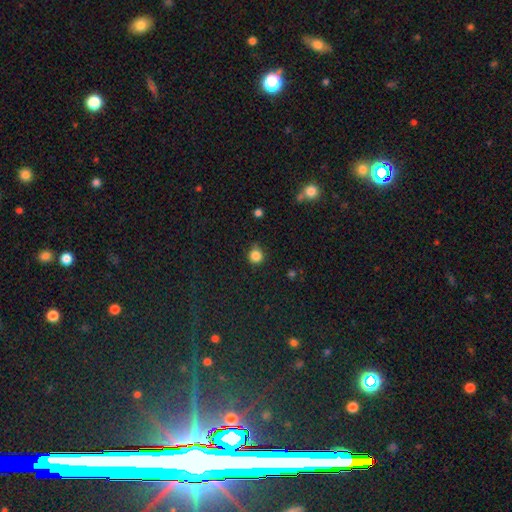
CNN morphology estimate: This is clearly a smooth galaxy (84%). How rounded: clearly round (91%). Merging: likely none (78%).